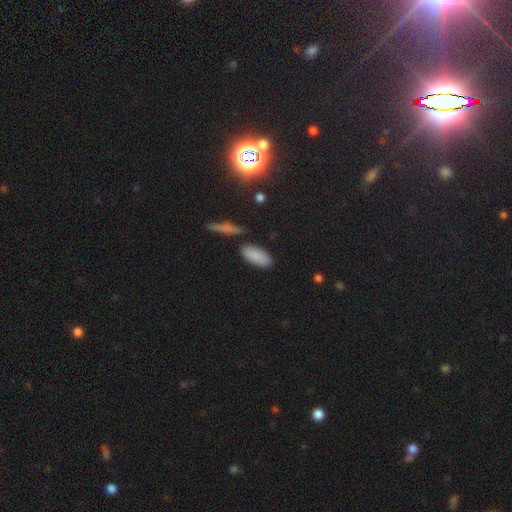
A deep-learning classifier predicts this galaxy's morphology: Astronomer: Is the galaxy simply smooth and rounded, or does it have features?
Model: smooth — 87%.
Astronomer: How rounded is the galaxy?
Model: in between — 86%.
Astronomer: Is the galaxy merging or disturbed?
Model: none — 81%.